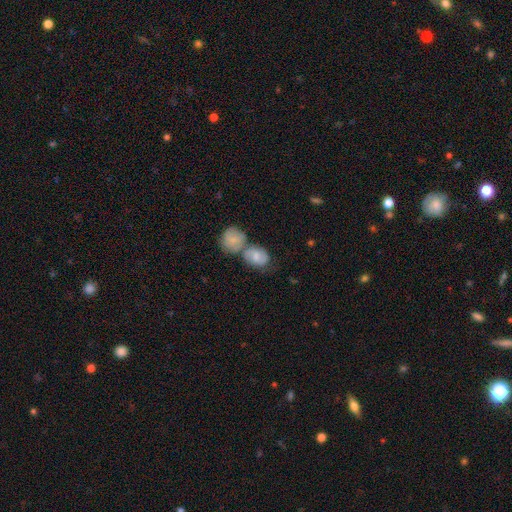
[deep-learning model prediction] This appears to be a featured or disk galaxy (50%). Merging: merger (50%).